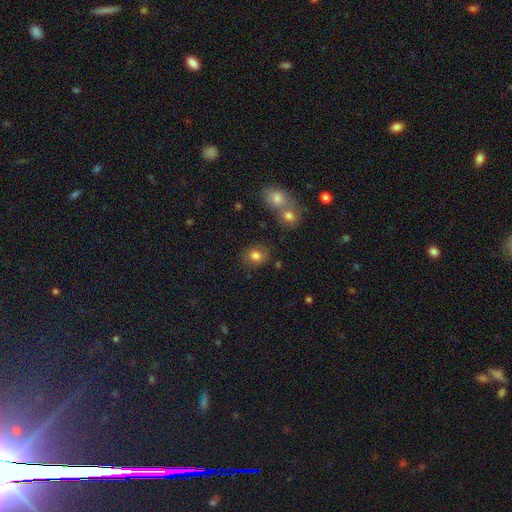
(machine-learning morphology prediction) A smooth galaxy with no disk features (81%) that is round (63%). Merging: none (78%).